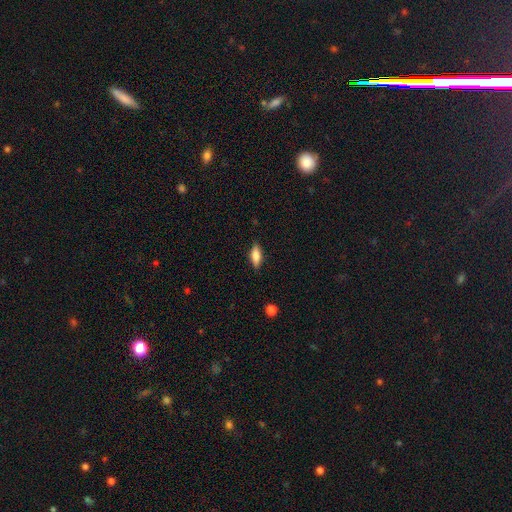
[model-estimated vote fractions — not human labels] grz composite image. It shows a smooth galaxy with no disk features (74%) that is in between round and cigar-shaped (71%). Merging: none (85%).